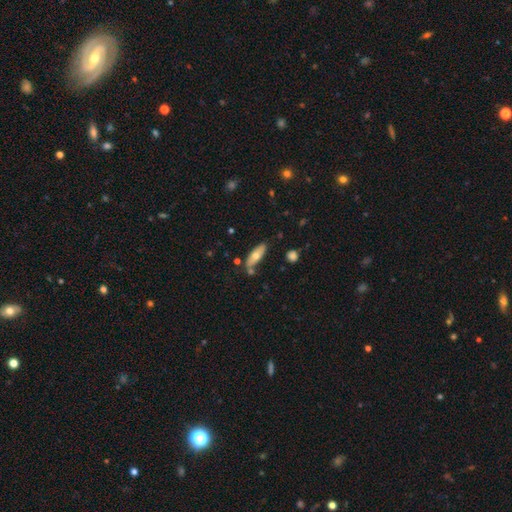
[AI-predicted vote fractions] A smooth galaxy with no disk features (63%) that is in between round and cigar-shaped (55%). Merging: none (70%).